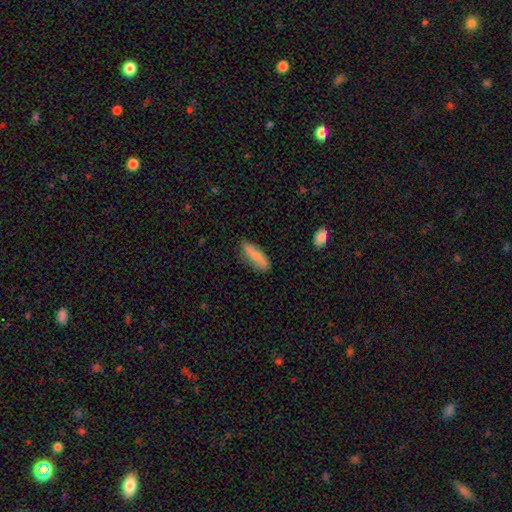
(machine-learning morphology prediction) Q: Smooth or featured?
A: smooth (72%); runner-up: featured or disk (22%)
Q: How rounded?
A: in between (56%); runner-up: cigar-shaped (42%)
Q: Merging?
A: none (70%); runner-up: minor disturbance (23%)